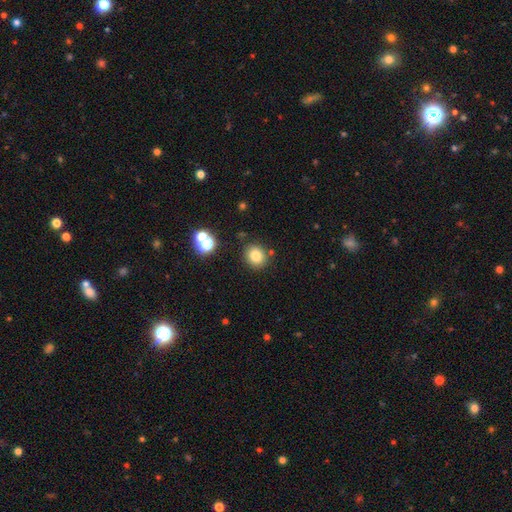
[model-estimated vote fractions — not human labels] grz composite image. It shows a smooth galaxy with no disk features (79%) that is round (85%). Merging: none (84%).